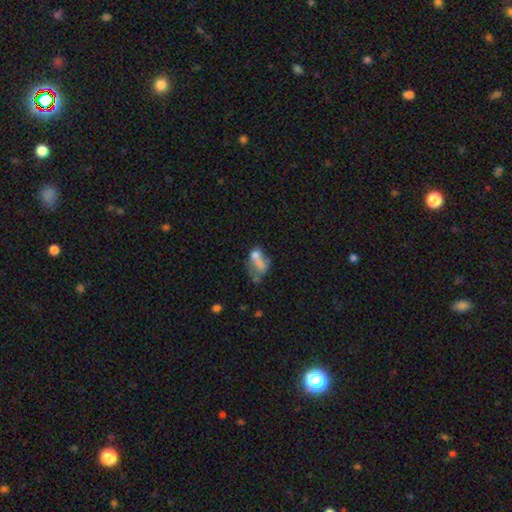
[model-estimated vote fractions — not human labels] Smooth or featured? smooth (51%)
How rounded? in between (79%)
Merging? merger (40%)